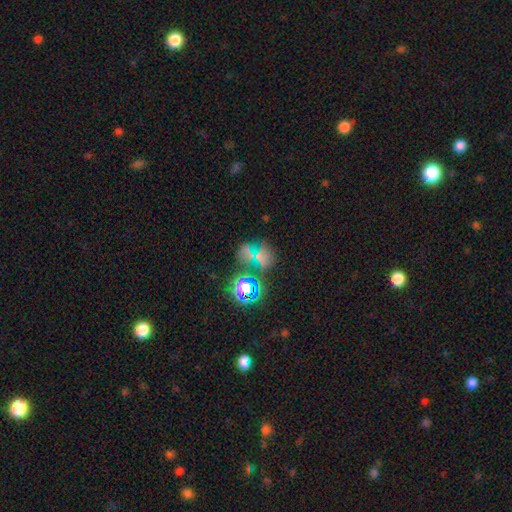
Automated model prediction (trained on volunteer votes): smooth_or_featured: star or artifact (p=0.48) [alt: smooth p=0.38]